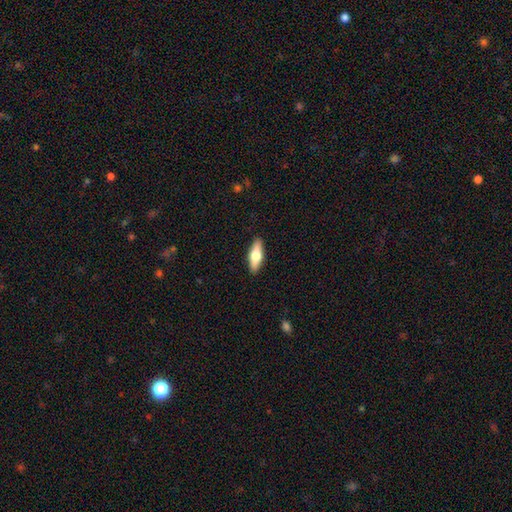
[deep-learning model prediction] This appears to be a smooth galaxy with no disk features (58%) that is in between round and cigar-shaped (56%). Merging: none (90%).